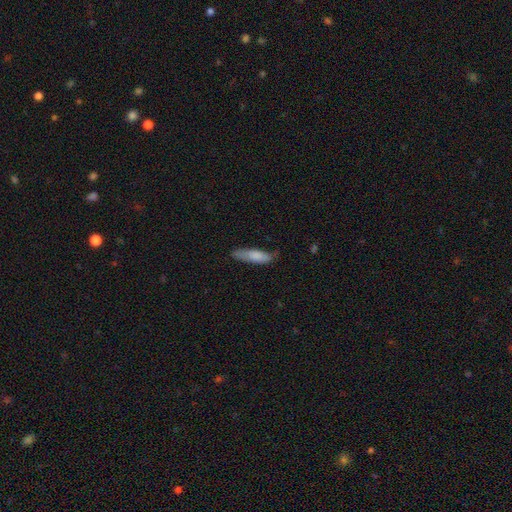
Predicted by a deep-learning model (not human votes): Overall: smooth (78%). How rounded: cigar-shaped (65%; in between 34%). Merging: none (66%; minor disturbance 27%).